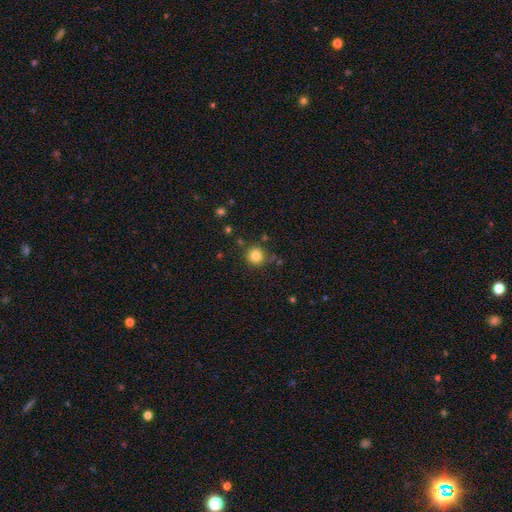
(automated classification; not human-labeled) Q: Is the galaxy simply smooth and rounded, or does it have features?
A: smooth — 82%.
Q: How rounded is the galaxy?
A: round — 94%.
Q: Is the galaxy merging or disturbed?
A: none — 85%.